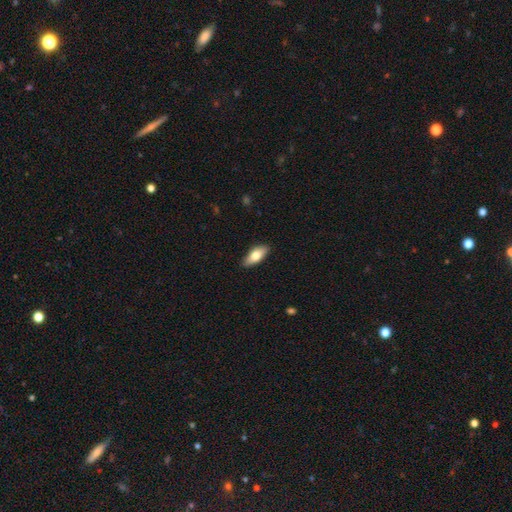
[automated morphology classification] A smooth galaxy with no disk features (73%) that is in between round and cigar-shaped (79%). Merging: none (88%).